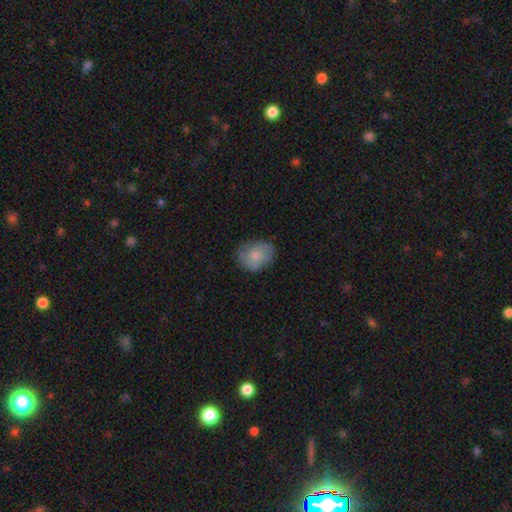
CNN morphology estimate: Smooth or featured? Predicted: smooth (p=0.74). How rounded? Predicted: in between (p=0.51). Merging? Predicted: none (p=0.72).